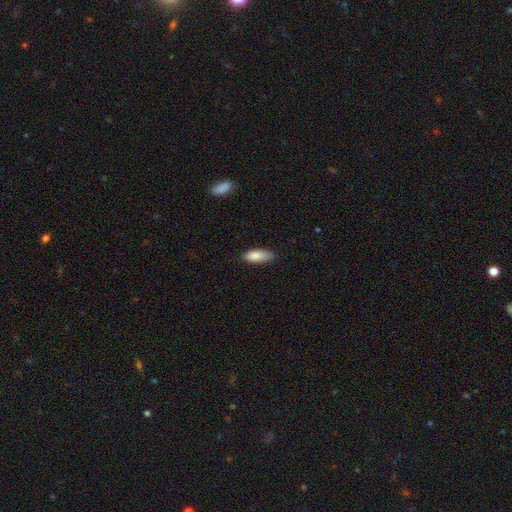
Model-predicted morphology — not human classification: Smooth or featured?
  - smooth: 86% *
  - featured or disk: 7%
  - star or artifact: 6%
How rounded?
  - in between: 76% *
  - cigar-shaped: 22%
  - round: 2%
Merging?
  - none: 77% *
  - minor disturbance: 19%
  - major disturbance: 3%
  - merger: 1%